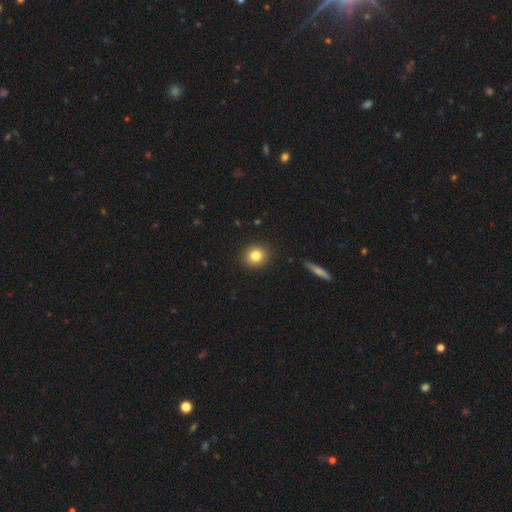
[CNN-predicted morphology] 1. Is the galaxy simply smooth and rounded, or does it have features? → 82% smooth, 10% star or artifact, 8% featured or disk.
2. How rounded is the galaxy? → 85% round, 14% in between, 1% cigar-shaped.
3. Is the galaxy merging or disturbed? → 91% none, 6% minor disturbance, 2% major disturbance, 1% merger.